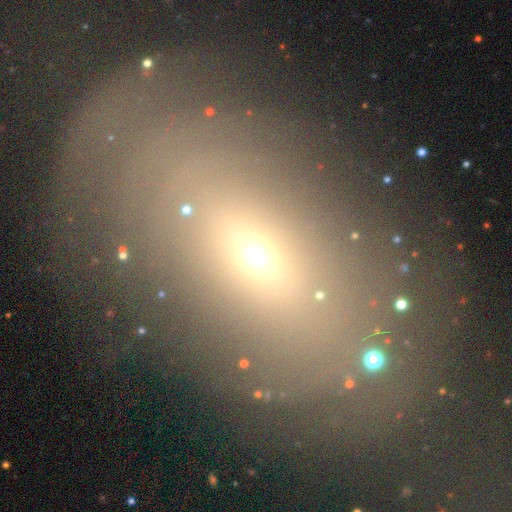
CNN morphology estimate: Smooth or featured: smooth — 58% (star or artifact — 23%)
How rounded: in between — 70% (round — 15%)
Merging: none — 73% (minor disturbance — 13%)